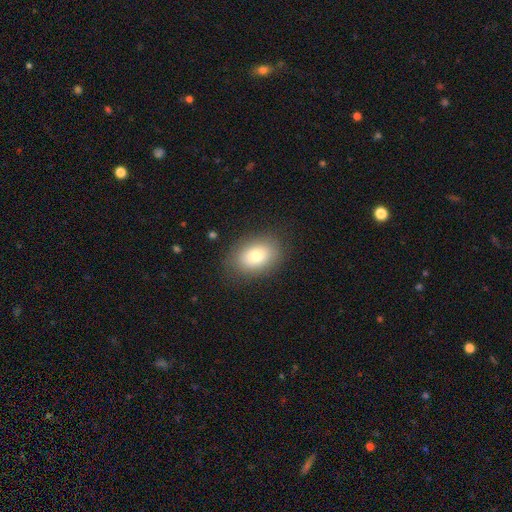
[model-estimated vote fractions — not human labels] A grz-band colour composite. It shows a smooth galaxy with no disk features (78%) that is in between round and cigar-shaped (77%). Merging: none (84%).